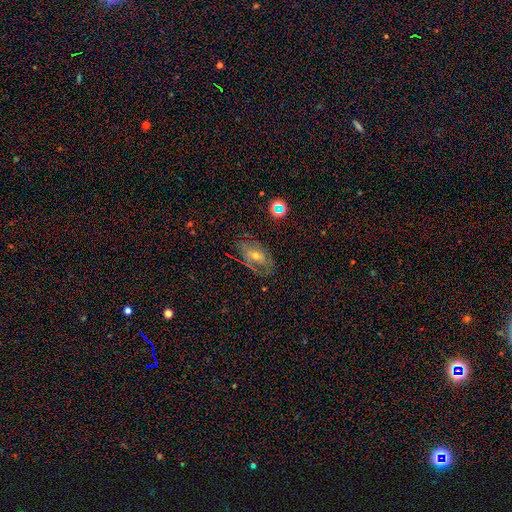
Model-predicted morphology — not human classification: smooth-or-featured: featured or disk: 53% | smooth: 30% | star or artifact: 17%
  disk-edge-on: no: 88% | yes: 12%
  merging: none: 69% | minor disturbance: 20% | major disturbance: 9% | merger: 2%